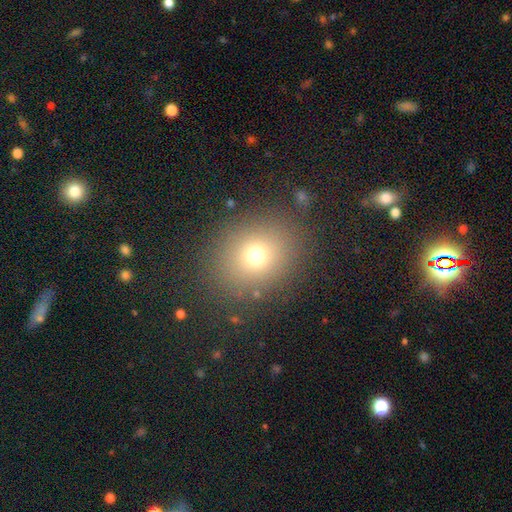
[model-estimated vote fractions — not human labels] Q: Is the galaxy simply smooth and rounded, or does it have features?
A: smooth — 71%.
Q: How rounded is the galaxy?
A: round — 64%.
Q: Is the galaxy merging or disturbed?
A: none — 84%.